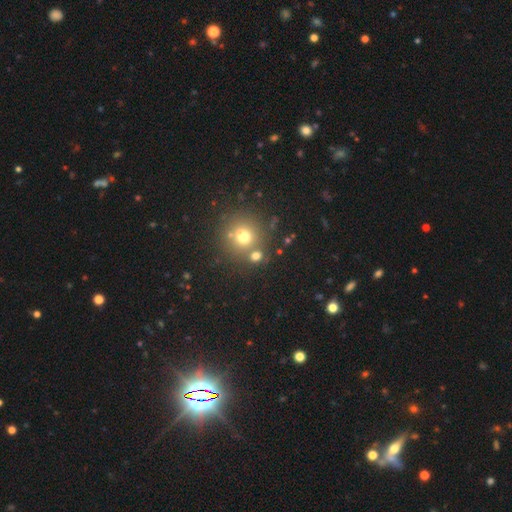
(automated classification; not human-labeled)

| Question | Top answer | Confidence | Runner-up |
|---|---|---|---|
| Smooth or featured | smooth | 68% | star or artifact (20%) |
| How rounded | round | 82% | in between (17%) |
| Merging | none | 62% | merger (25%) |